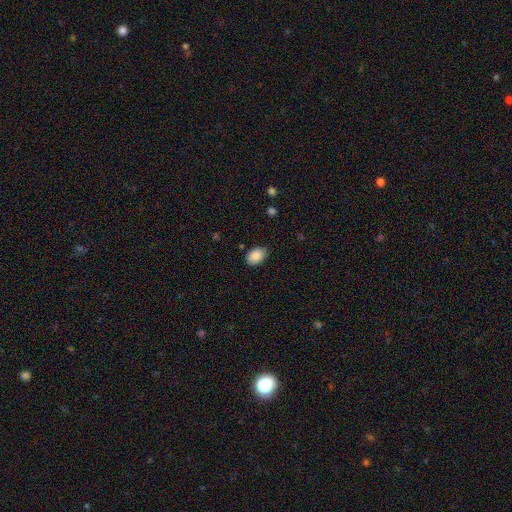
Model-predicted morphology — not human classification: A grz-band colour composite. It shows a smooth galaxy with no disk features (88%) that is in between round and cigar-shaped (86%). Merging: none (83%).